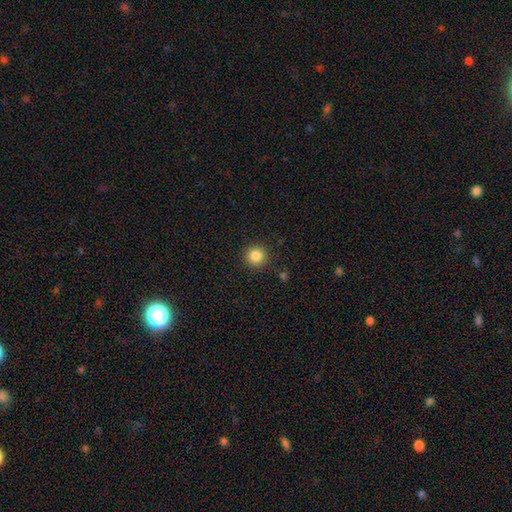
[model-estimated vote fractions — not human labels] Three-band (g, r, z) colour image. It shows a smooth galaxy with no disk features (85%) that is round (95%). Merging: none (91%).